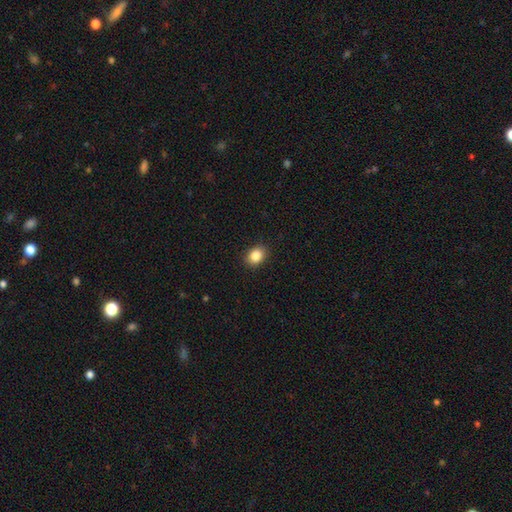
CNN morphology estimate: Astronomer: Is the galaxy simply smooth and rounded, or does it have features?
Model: smooth — 86%.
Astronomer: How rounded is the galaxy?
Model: in between — 57% (runner-up: round, 42%).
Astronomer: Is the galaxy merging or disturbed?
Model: none — 90%.